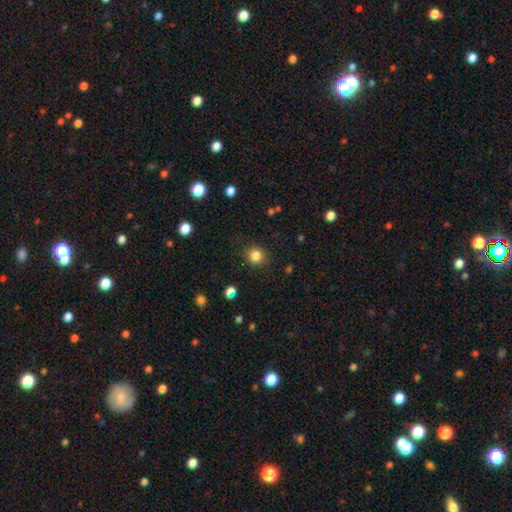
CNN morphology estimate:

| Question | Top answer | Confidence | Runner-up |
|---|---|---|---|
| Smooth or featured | smooth | 83% | star or artifact (12%) |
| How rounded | round | 87% | in between (12%) |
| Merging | none | 87% | minor disturbance (9%) |